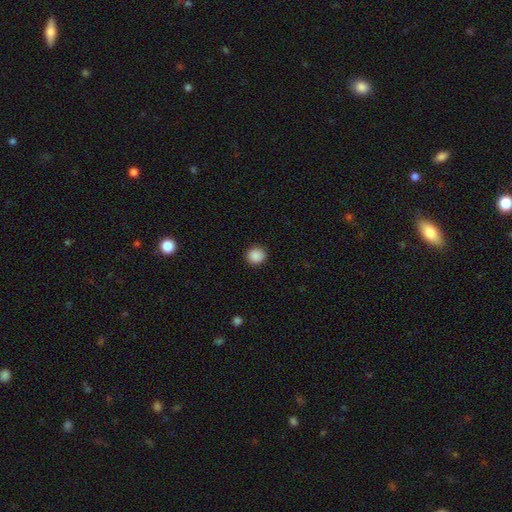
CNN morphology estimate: Smooth or featured? Predicted: smooth (p=0.88). How rounded? Predicted: round (p=0.88). Merging? Predicted: none (p=0.91).